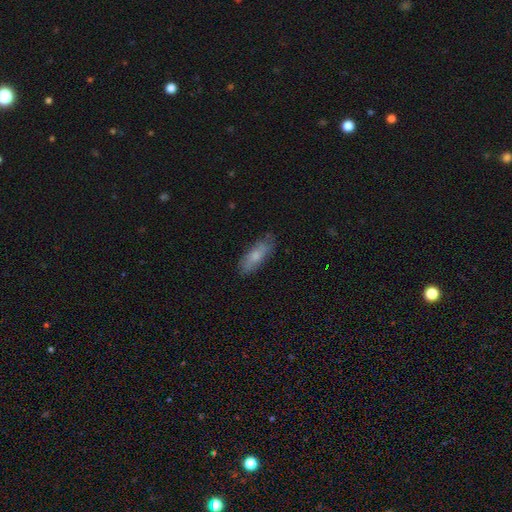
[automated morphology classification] The model was most divided on "how rounded": in between: 62%, cigar-shaped: 36%, round: 2%. More confident: merging — none (75%); smooth or featured — smooth (70%).